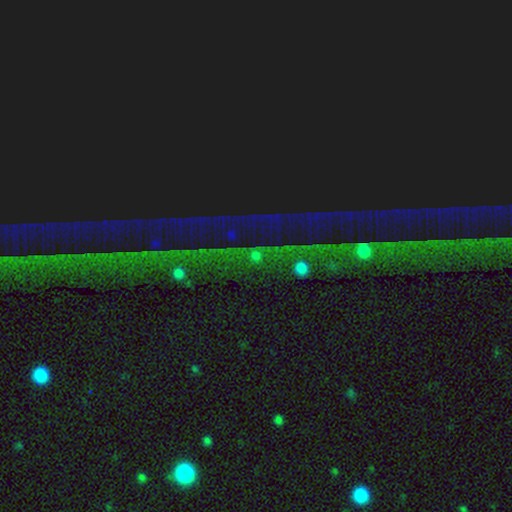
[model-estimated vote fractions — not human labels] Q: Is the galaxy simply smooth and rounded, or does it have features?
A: star or artifact — 59%.